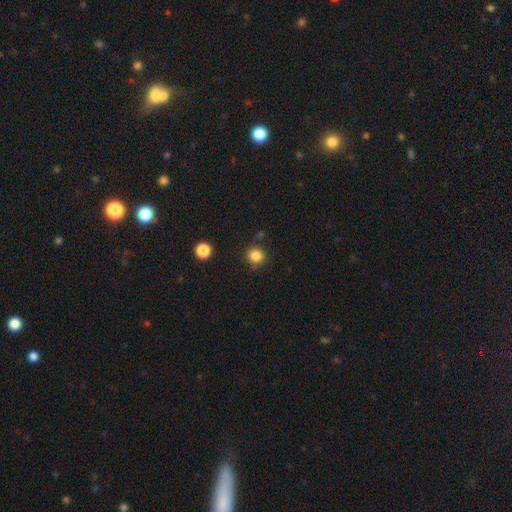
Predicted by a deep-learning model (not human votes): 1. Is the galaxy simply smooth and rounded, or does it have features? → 84% smooth, 12% star or artifact, 4% featured or disk.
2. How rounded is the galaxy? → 90% round, 10% in between, 1% cigar-shaped.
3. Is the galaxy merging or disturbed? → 86% none, 8% minor disturbance, 3% merger, 3% major disturbance.